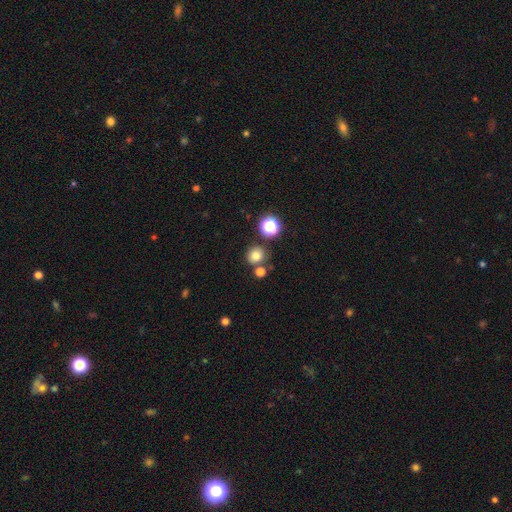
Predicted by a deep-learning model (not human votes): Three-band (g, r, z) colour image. It shows a smooth galaxy with no disk features (76%) that is round (88%). Merging: none (76%).